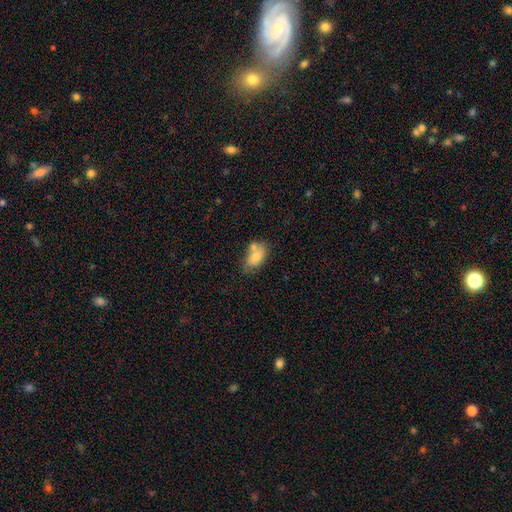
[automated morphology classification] A smooth galaxy with no disk features (72%) that is in between round and cigar-shaped (88%).

Vote fractions:
- Smooth or featured? smooth: 72% / featured or disk: 20% / star or artifact: 8%
- How rounded? in between: 88% / round: 10% / cigar-shaped: 2%
- Merging? none: 44% / merger: 30% / minor disturbance: 20% / major disturbance: 6%